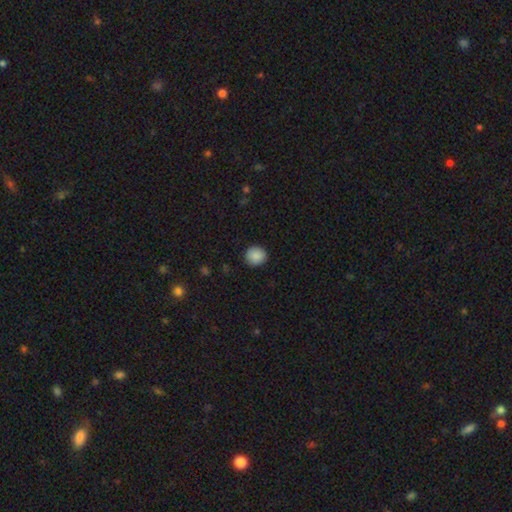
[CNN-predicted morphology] Overall: smooth (89%). How rounded: round (91%). Merging: none (91%).